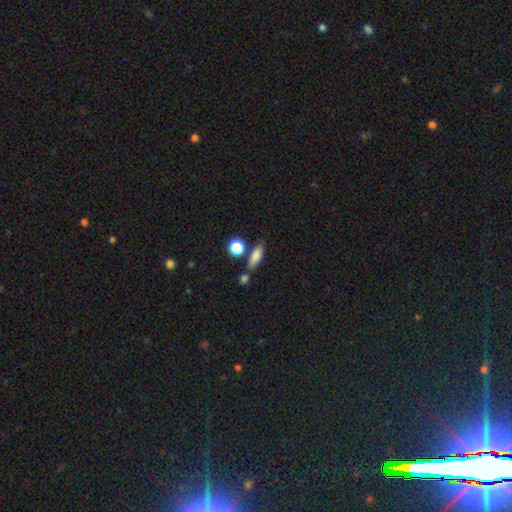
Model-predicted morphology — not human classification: A smooth galaxy with no disk features (77%) that is in between round and cigar-shaped (54%). Merging: none (69%).